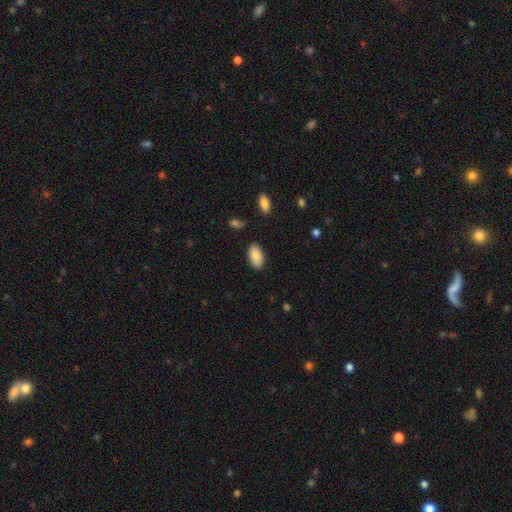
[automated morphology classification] Smooth or featured?
  - smooth: 89% *
  - star or artifact: 7%
  - featured or disk: 5%
How rounded?
  - in between: 95% *
  - round: 3%
  - cigar-shaped: 2%
Merging?
  - none: 86% *
  - minor disturbance: 10%
  - major disturbance: 3%
  - merger: 1%